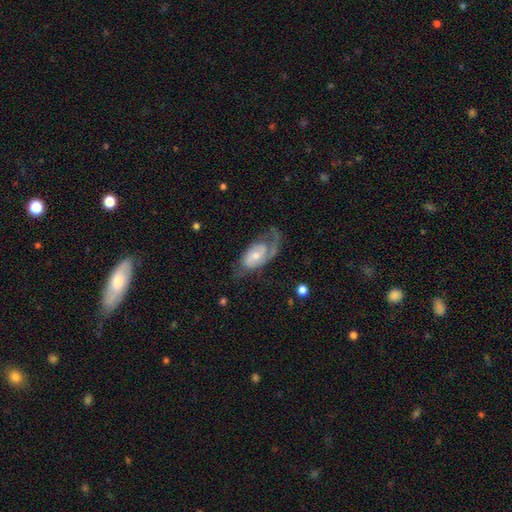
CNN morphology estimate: A featured or disk galaxy (73%) with no bar (60%), 1 (43%, tied with 2) medium (42%) spiral arms (89%) and a moderate central bulge (48%). Merging: none (42%).